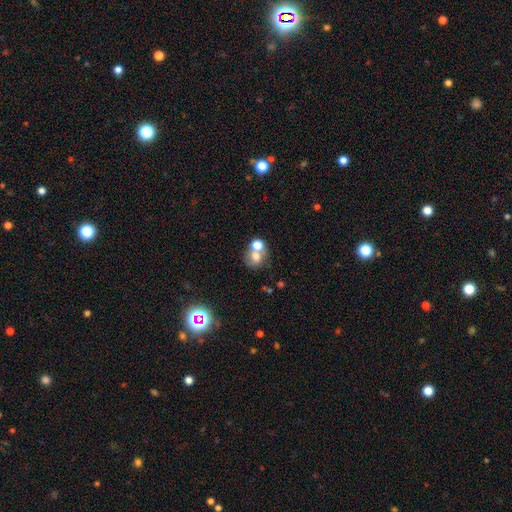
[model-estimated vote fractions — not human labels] Morphology: type=smooth (65%); roundness=round (70%); merging=merger (52%).